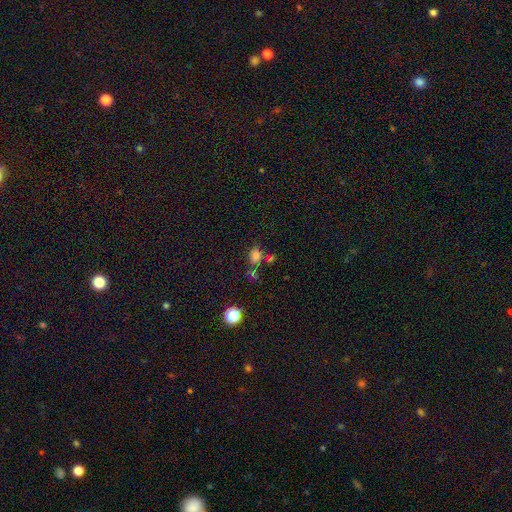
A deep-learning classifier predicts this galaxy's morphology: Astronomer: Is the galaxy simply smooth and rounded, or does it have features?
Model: smooth — 73%.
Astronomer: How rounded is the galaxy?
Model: in between — 64%.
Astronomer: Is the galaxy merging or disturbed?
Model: none — 58%.